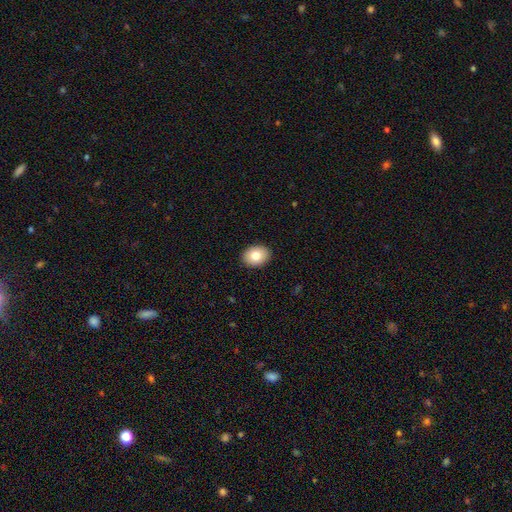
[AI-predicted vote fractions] The model was most divided on "how rounded": in between: 65%, round: 34%, cigar-shaped: 1%. More confident: merging — none (91%); smooth or featured — smooth (81%).